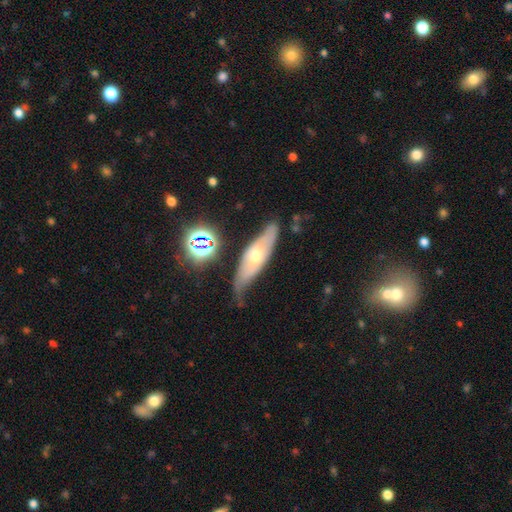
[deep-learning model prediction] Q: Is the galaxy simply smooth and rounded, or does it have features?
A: featured or disk — 52%.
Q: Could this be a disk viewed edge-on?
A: no — 55%.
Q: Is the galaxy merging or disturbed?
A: none — 57%.